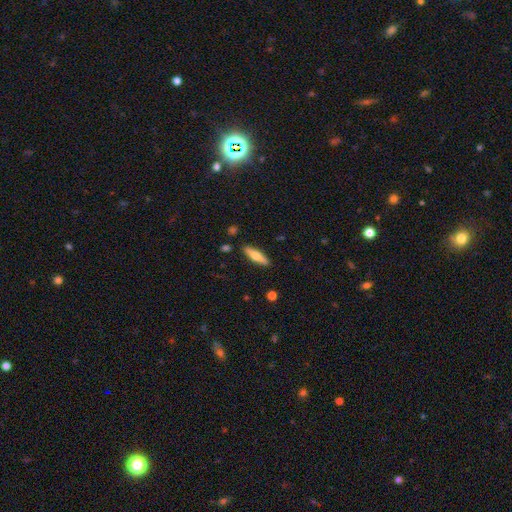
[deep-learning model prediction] A smooth galaxy with no disk features (58%) that is cigar-shaped (67%).

Vote fractions:
- Smooth or featured? smooth: 58% / featured or disk: 37% / star or artifact: 6%
- How rounded? cigar-shaped: 67% / in between: 31% / round: 2%
- Merging? none: 88% / minor disturbance: 8% / major disturbance: 2% / merger: 2%